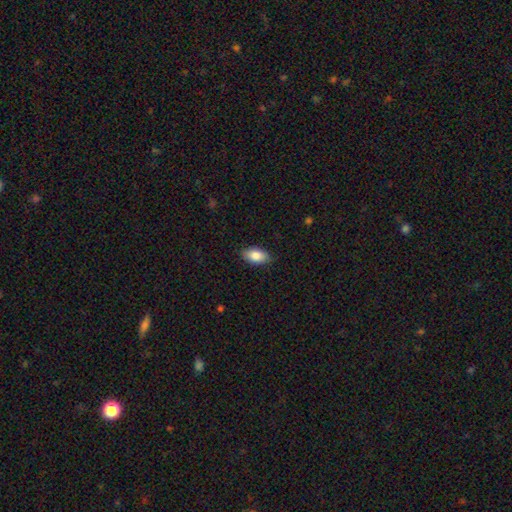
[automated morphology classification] smooth_or_featured: smooth (p=0.86) [alt: featured or disk p=0.07]
how_rounded: in between (p=0.93) [alt: round p=0.04]
merging: none (p=0.87) [alt: minor disturbance p=0.10]